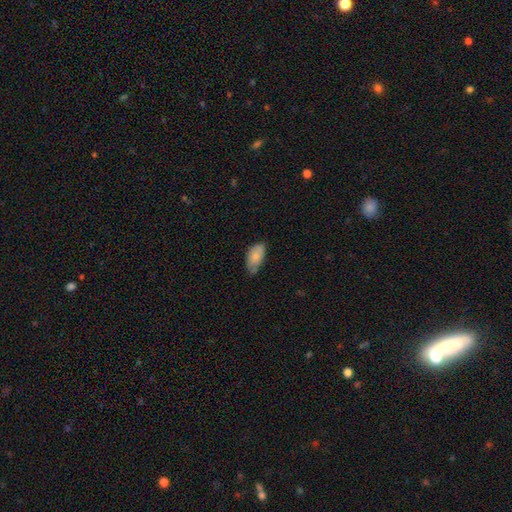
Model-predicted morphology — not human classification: Smooth or featured: smooth — 81% (featured or disk — 12%)
How rounded: in between — 94% (round — 3%)
Merging: none — 54% (minor disturbance — 36%)